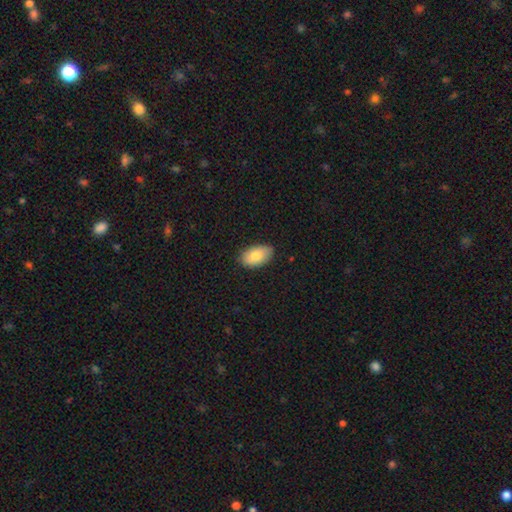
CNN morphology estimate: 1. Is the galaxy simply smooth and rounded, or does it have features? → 82% smooth, 12% featured or disk, 6% star or artifact.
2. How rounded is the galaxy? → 94% in between, 5% round, 1% cigar-shaped.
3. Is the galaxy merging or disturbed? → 84% none, 13% minor disturbance, 2% major disturbance, 1% merger.